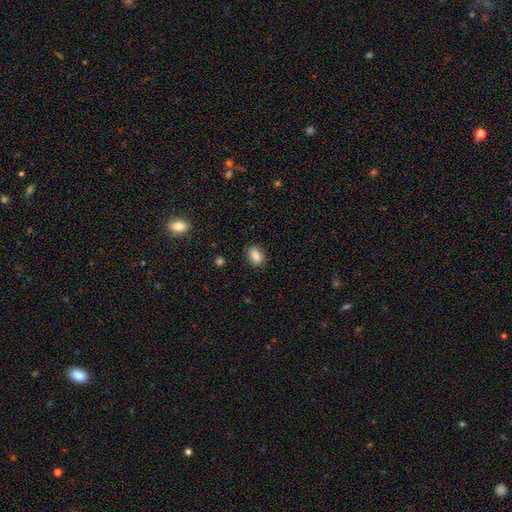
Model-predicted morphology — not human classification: Smooth or featured?
  - smooth: 84% *
  - star or artifact: 9%
  - featured or disk: 7%
How rounded?
  - in between: 79% *
  - round: 19%
  - cigar-shaped: 3%
Merging?
  - none: 85% *
  - minor disturbance: 11%
  - major disturbance: 3%
  - merger: 1%